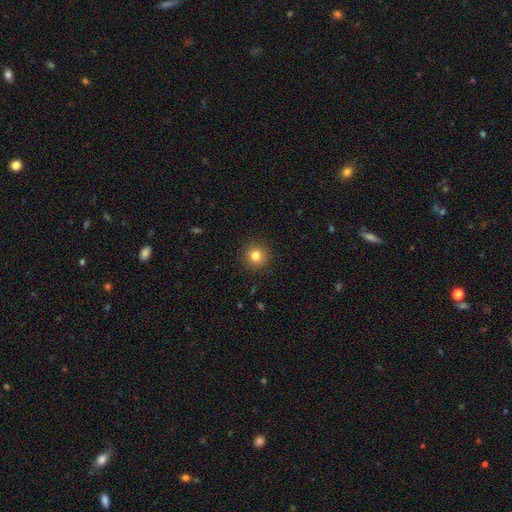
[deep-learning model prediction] Smooth or featured: smooth — 81% (star or artifact — 12%)
How rounded: round — 94% (in between — 5%)
Merging: none — 91% (minor disturbance — 6%)